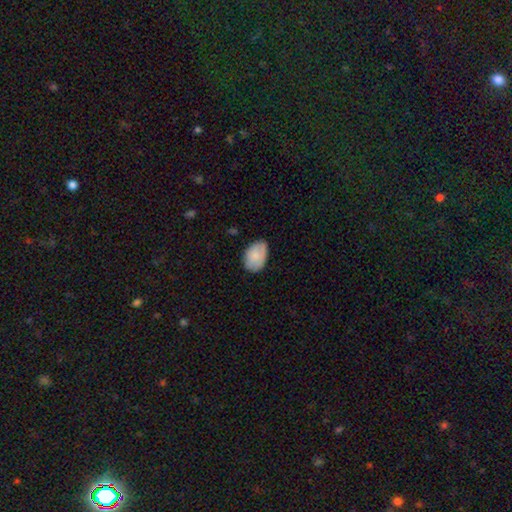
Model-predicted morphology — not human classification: smooth-or-featured: smooth: 83% | featured or disk: 11% | star or artifact: 6%
  how-rounded: in between: 87% | round: 12% | cigar-shaped: 1%
  merging: none: 69% | minor disturbance: 26% | major disturbance: 4% | merger: 1%